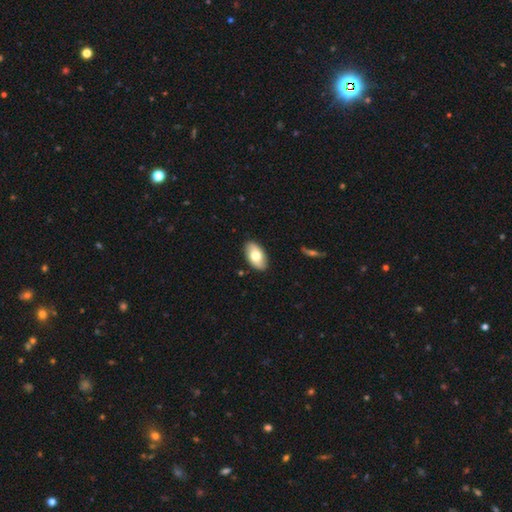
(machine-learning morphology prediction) The model was most divided on "smooth or featured": smooth: 71%, featured or disk: 24%, star or artifact: 6%. More confident: how rounded — in between (94%); merging — none (87%).